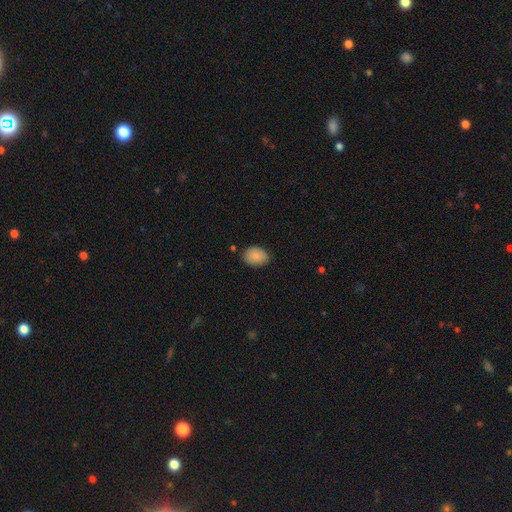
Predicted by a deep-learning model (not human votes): Smooth or featured: smooth — 88% (star or artifact — 7%)
How rounded: in between — 71% (round — 28%)
Merging: none — 80% (minor disturbance — 15%)